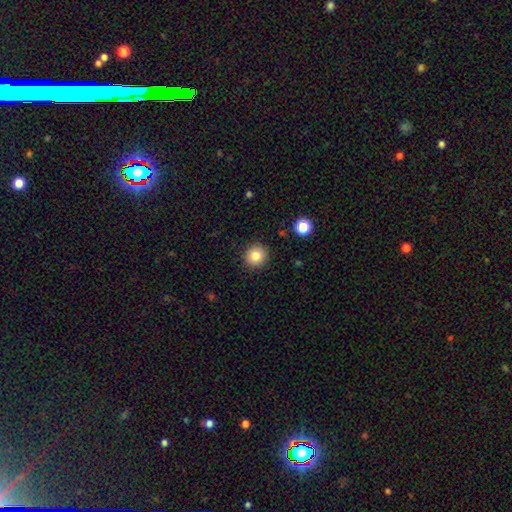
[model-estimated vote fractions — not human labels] Morphology: type=smooth (82%); roundness=round (92%); merging=none (91%).